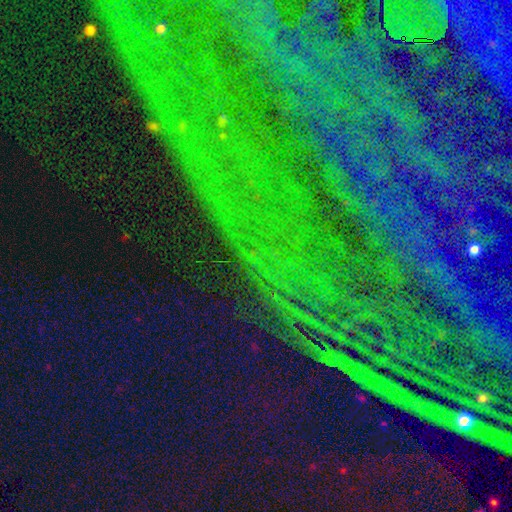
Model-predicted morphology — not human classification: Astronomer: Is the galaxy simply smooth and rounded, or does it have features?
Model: star or artifact — 87%.